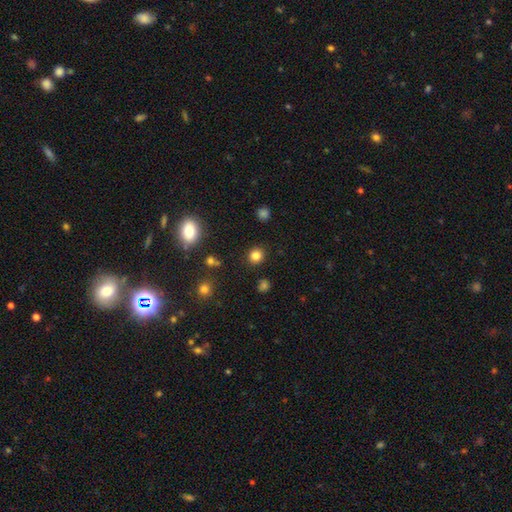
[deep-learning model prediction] Smooth or featured? Predicted: smooth (p=0.83). How rounded? Predicted: round (p=0.88). Merging? Predicted: none (p=0.90).